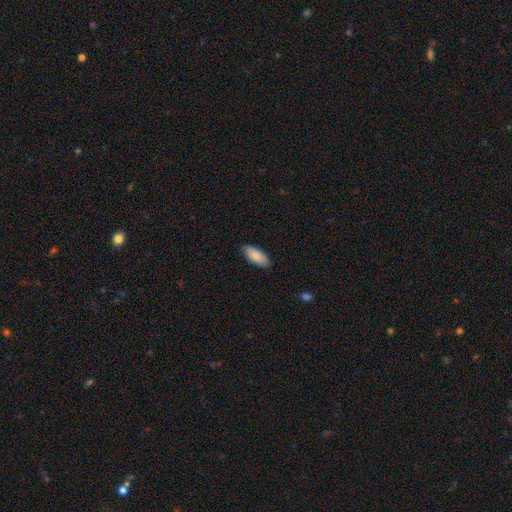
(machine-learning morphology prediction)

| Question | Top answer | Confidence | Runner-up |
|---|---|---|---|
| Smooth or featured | smooth | 87% | featured or disk (7%) |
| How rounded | in between | 83% | cigar-shaped (15%) |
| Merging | none | 85% | minor disturbance (12%) |